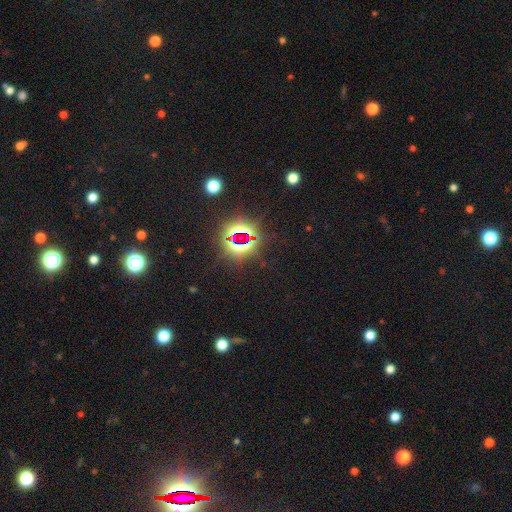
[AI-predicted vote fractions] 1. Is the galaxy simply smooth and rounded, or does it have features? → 78% star or artifact, 14% smooth, 7% featured or disk.